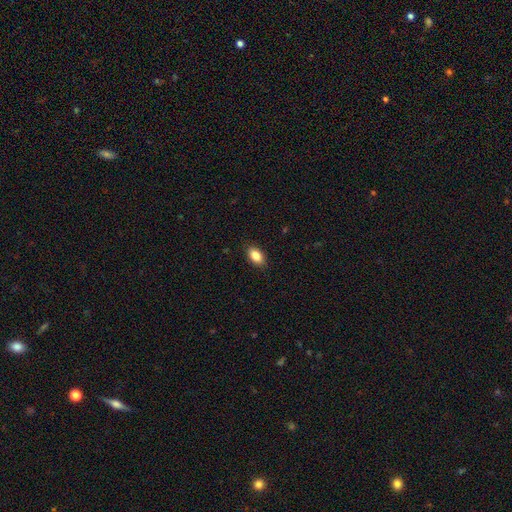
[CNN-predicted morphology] This is clearly a smooth galaxy (87%). How rounded: clearly in between (91%). Merging: clearly none (88%).